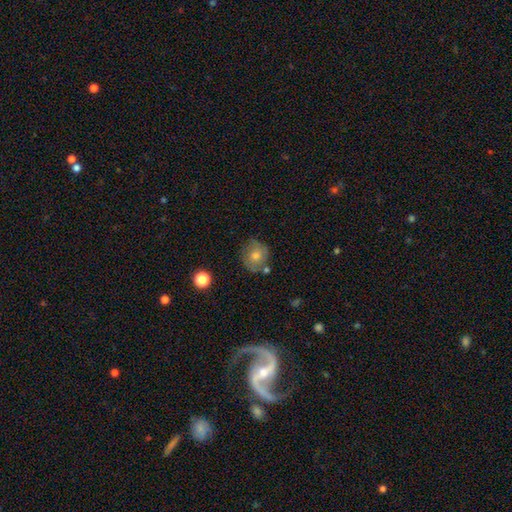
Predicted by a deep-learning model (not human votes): Q: Smooth or featured?
A: smooth (55%); runner-up: featured or disk (31%)
Q: How rounded?
A: round (82%); runner-up: in between (17%)
Q: Merging?
A: none (75%); runner-up: minor disturbance (16%)